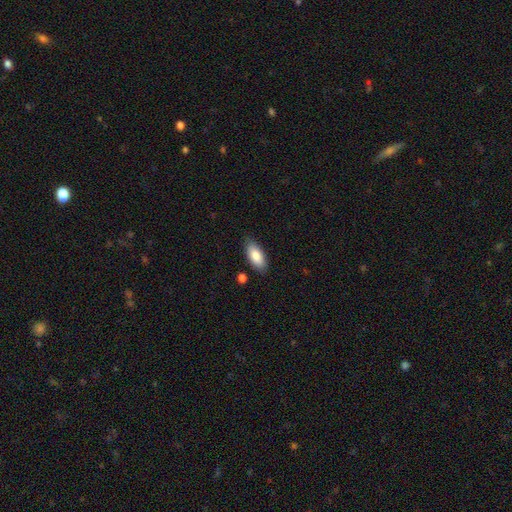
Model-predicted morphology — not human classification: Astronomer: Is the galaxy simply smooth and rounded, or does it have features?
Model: smooth — 85%.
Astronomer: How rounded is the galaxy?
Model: in between — 87%.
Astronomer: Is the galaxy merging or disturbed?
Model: none — 84%.